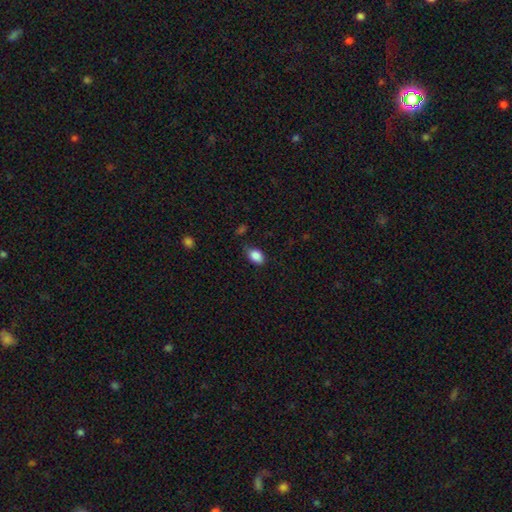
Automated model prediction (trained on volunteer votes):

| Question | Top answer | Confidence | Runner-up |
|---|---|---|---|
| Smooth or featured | smooth | 87% | star or artifact (8%) |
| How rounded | in between | 85% | round (13%) |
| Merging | none | 68% | minor disturbance (24%) |